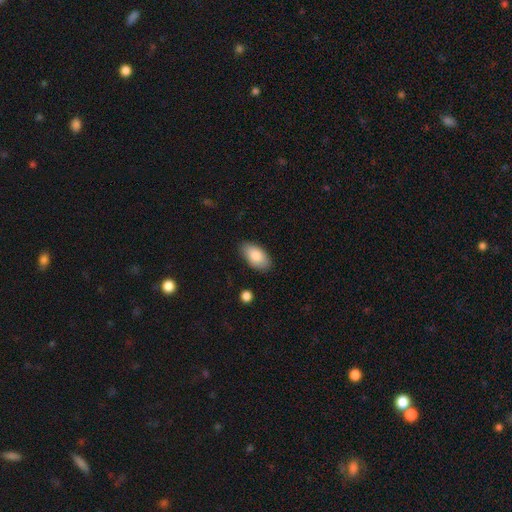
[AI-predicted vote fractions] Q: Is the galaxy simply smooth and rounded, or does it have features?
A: smooth — 85%.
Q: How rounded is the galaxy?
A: in between — 95%.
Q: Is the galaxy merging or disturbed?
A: none — 85%.